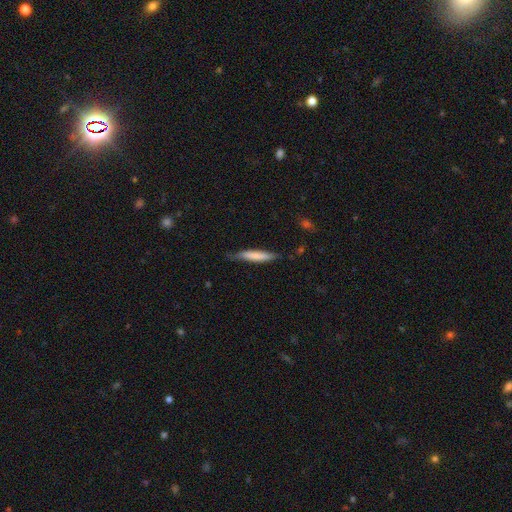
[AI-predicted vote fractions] Morphology: type=smooth (71%); roundness=cigar-shaped (90%); merging=none (73%).